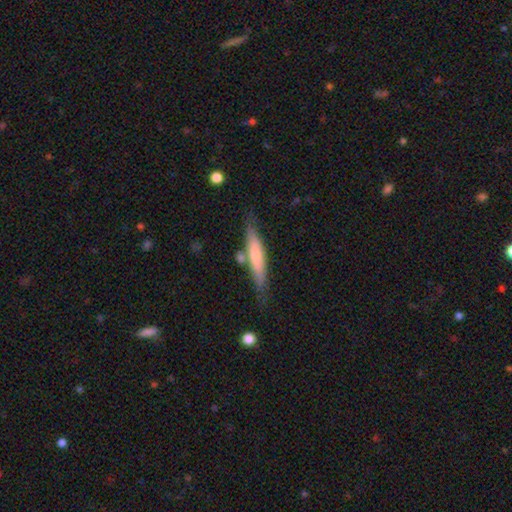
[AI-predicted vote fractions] smooth_or_featured: smooth (p=0.57) [alt: featured or disk p=0.37]
how_rounded: cigar-shaped (p=0.87) [alt: in between p=0.11]
merging: none (p=0.71) [alt: minor disturbance p=0.16]